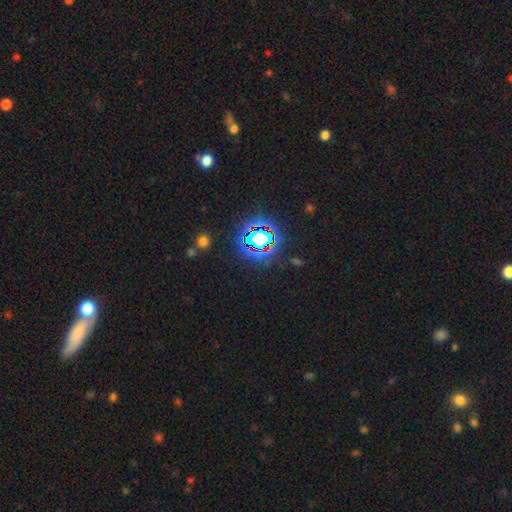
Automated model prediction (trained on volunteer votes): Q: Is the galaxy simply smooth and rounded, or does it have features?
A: star or artifact — 75%.